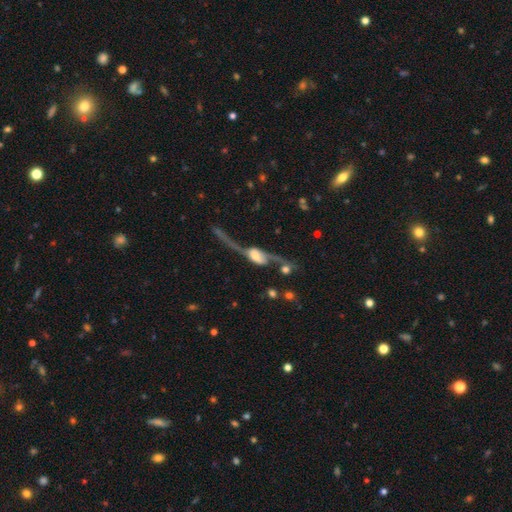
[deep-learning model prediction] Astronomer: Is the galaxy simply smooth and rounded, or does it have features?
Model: featured or disk — 81%.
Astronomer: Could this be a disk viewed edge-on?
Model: no — 79%.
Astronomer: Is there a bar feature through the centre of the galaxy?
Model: weak — 37% (runner-up: no, 36%).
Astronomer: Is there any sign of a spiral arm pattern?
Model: yes — 87%.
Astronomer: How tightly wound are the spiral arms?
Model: loose — 89%.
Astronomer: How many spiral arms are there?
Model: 2 — 90%.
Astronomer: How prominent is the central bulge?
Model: moderate — 34% (runner-up: large, 32%).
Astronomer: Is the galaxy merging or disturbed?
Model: major disturbance — 35%, tied with none at 35%.